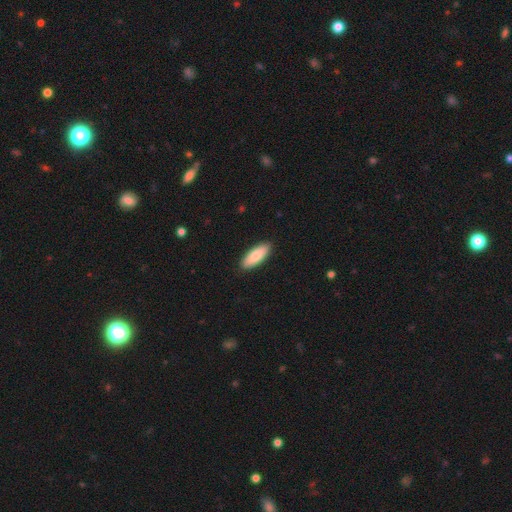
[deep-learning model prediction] Overall: smooth (83%). How rounded: in between (72%). Merging: none (90%).